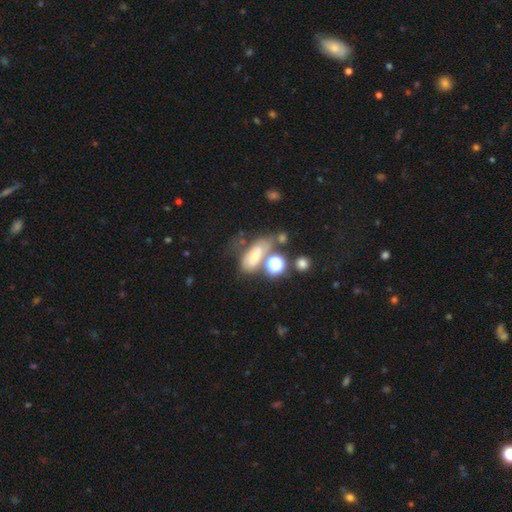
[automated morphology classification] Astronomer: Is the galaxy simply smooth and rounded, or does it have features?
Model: smooth — 50% (runner-up: featured or disk, 34%).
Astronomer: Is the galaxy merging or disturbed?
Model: none — 36% (runner-up: merger, 25%).